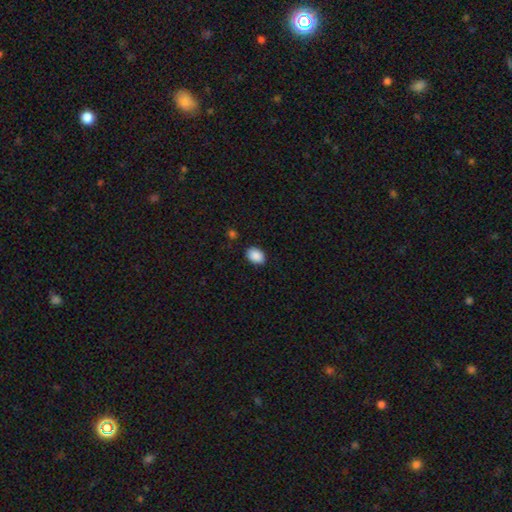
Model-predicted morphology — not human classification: smooth-or-featured: smooth: 89% | star or artifact: 7% | featured or disk: 3%
  how-rounded: in between: 78% | round: 22% | cigar-shaped: 1%
  merging: none: 87% | minor disturbance: 9% | major disturbance: 2% | merger: 1%